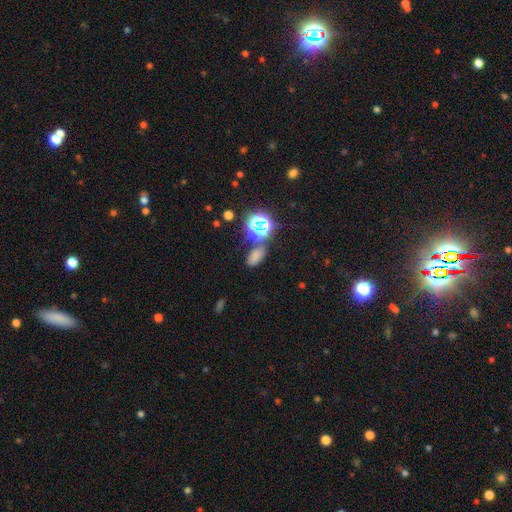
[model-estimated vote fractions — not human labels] smooth 59%, star or artifact 33%, featured or disk 8%. Down the decision tree: how rounded — in between (85%); merging — none (65%).